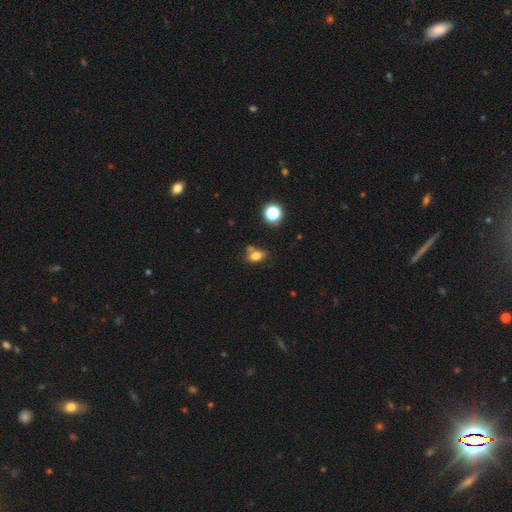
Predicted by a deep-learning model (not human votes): Morphology: type=smooth (74%); roundness=in between (77%); merging=none (57%).